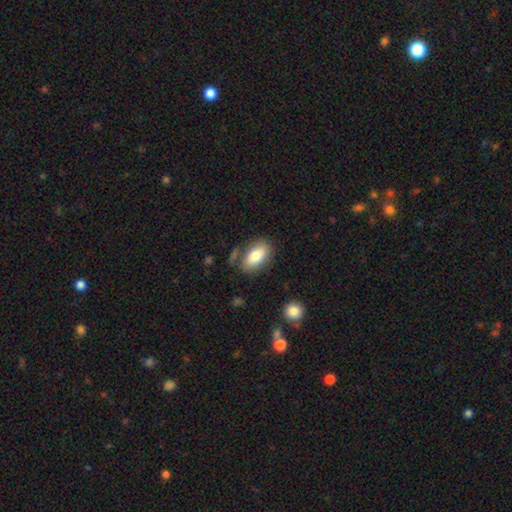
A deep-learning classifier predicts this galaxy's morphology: Smooth or featured: smooth — 80% (featured or disk — 13%)
How rounded: in between — 90% (round — 5%)
Merging: none — 74% (minor disturbance — 15%)